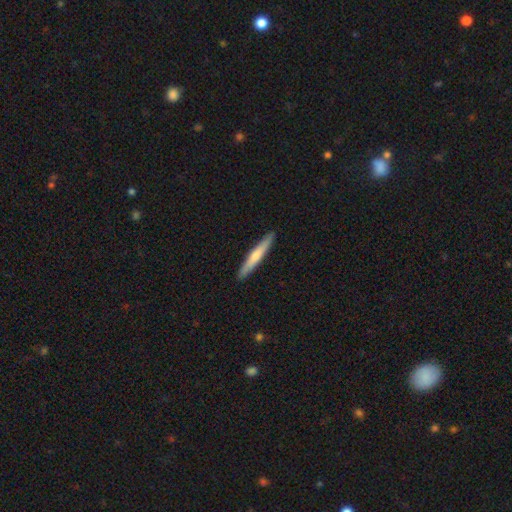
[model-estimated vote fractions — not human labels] Smooth or featured?
  - smooth: 60% *
  - featured or disk: 35%
  - star or artifact: 5%
How rounded?
  - cigar-shaped: 95% *
  - in between: 3%
  - round: 1%
Merging?
  - none: 92% *
  - minor disturbance: 6%
  - major disturbance: 1%
  - merger: 1%